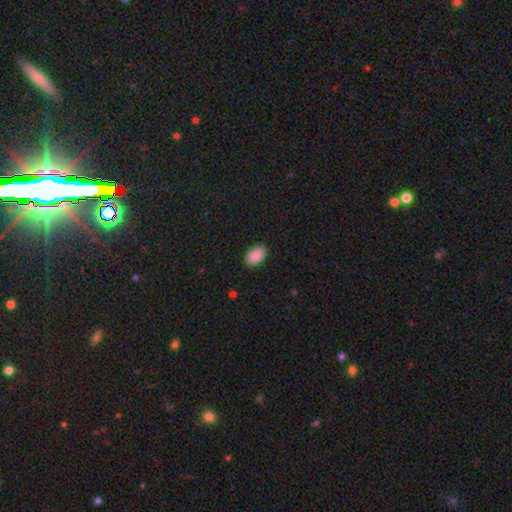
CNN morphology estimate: Smooth or featured? smooth (90%)
How rounded? in between (92%)
Merging? none (87%)